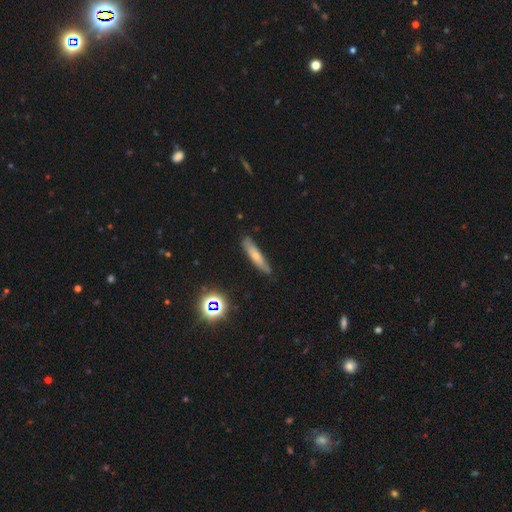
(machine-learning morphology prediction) smooth 62%, featured or disk 28%, star or artifact 10%. Down the decision tree: how rounded — cigar-shaped (86%); merging — none (82%).